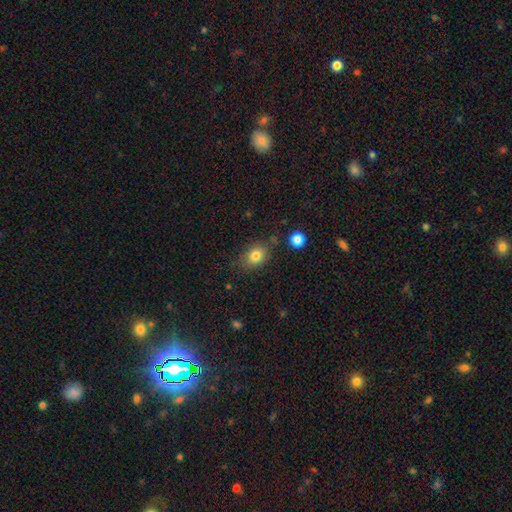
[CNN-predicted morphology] Smooth or featured? Predicted: smooth (p=0.81). How rounded? Predicted: in between (p=0.55). Merging? Predicted: none (p=0.73).